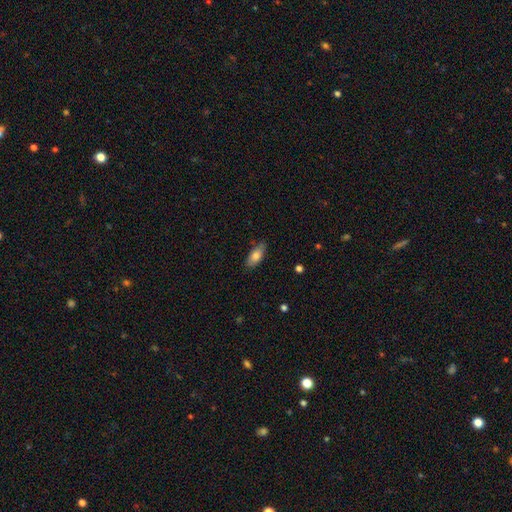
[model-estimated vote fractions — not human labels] This is likely a smooth galaxy (76%). How rounded: clearly in between (82%). Merging: likely none (79%).